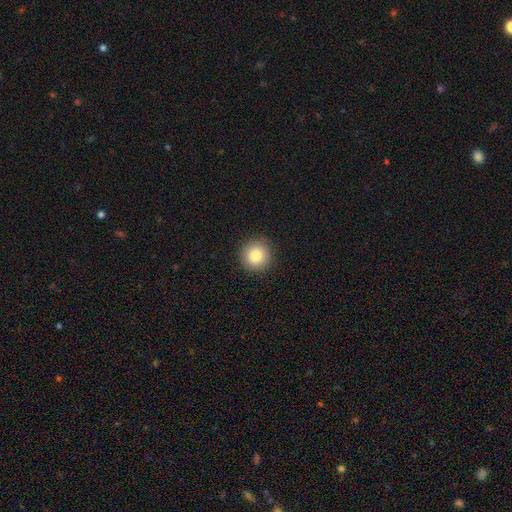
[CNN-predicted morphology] Smooth or featured?
  - smooth: 83% *
  - star or artifact: 10%
  - featured or disk: 7%
How rounded?
  - round: 95% *
  - in between: 5%
  - cigar-shaped: 1%
Merging?
  - none: 92% *
  - minor disturbance: 6%
  - major disturbance: 2%
  - merger: 1%